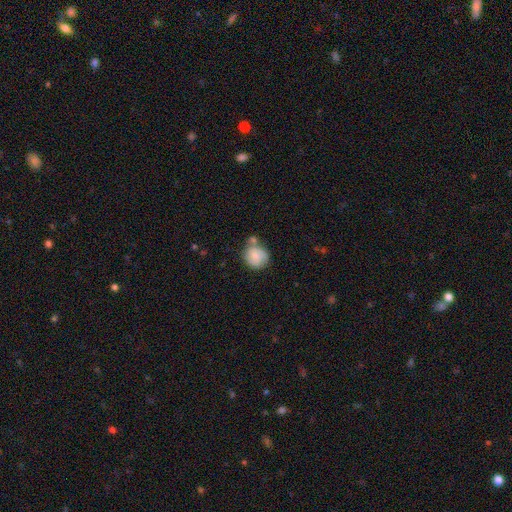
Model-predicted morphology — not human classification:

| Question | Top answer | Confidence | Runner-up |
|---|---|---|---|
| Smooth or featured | smooth | 73% | featured or disk (20%) |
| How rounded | round | 79% | in between (20%) |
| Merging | none | 49% | merger (25%) |